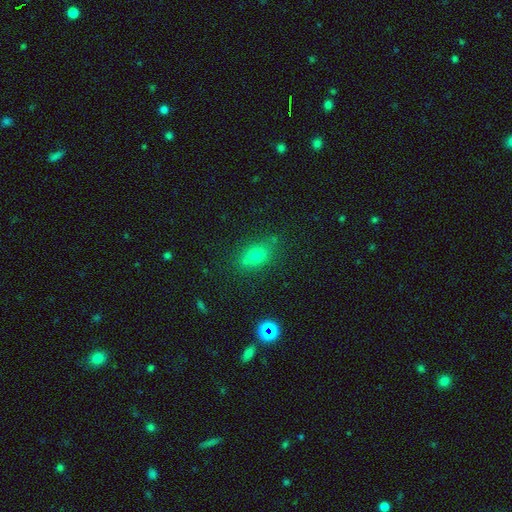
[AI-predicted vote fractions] This is likely a smooth galaxy (68%). How rounded: likely in between (61%). Merging: likely none (74%).